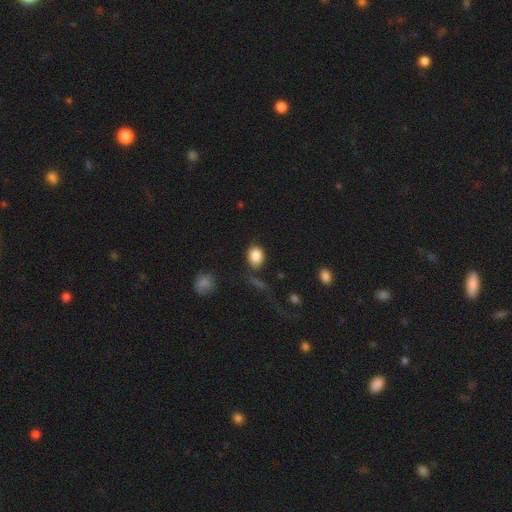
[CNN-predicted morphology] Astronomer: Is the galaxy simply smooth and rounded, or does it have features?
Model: smooth — 86%.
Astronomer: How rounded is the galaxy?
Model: in between — 58% (runner-up: round, 41%).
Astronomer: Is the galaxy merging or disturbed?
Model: none — 71%.